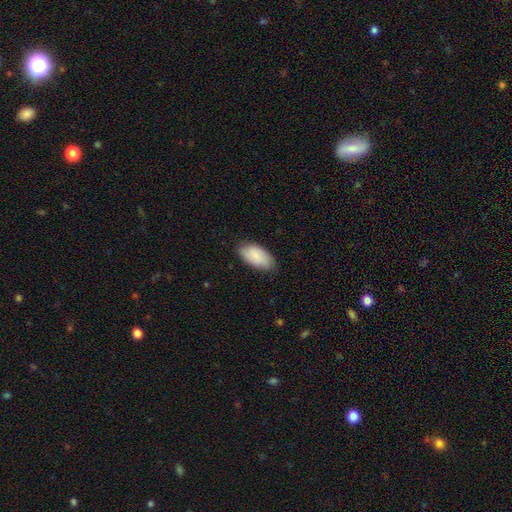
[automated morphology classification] A smooth galaxy with no disk features (85%) that is in between round and cigar-shaped (95%). Merging: none (81%).